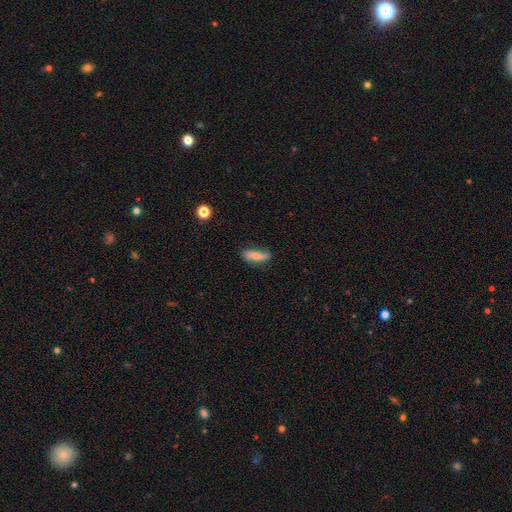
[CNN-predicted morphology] Q: Smooth or featured?
A: smooth (64%); runner-up: featured or disk (29%)
Q: How rounded?
A: in between (57%); runner-up: cigar-shaped (40%)
Q: Merging?
A: none (70%); runner-up: minor disturbance (23%)